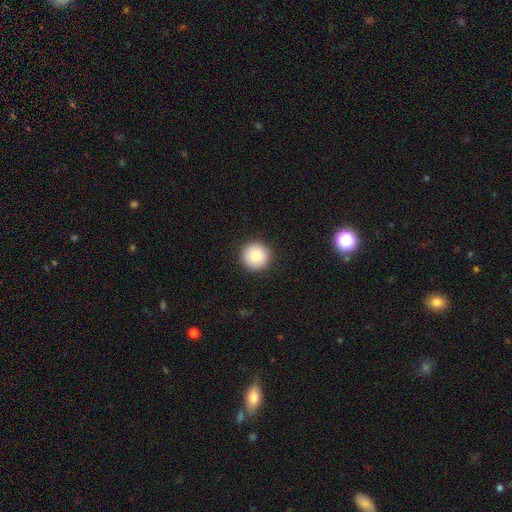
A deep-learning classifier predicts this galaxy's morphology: Smooth or featured? smooth (82%)
How rounded? round (96%)
Merging? none (93%)